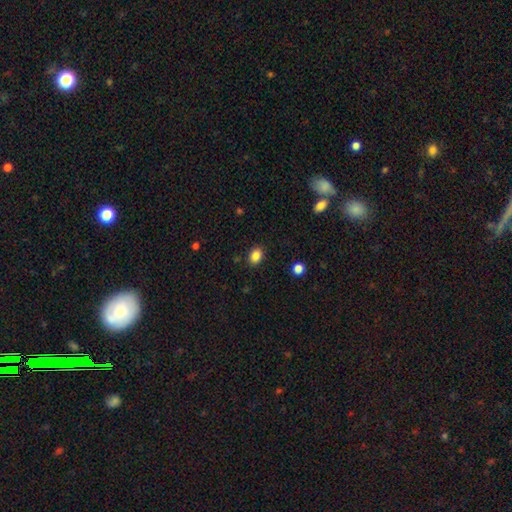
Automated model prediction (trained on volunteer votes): Smooth or featured? Predicted: smooth (p=0.86). How rounded? Predicted: in between (p=0.66). Merging? Predicted: none (p=0.87).